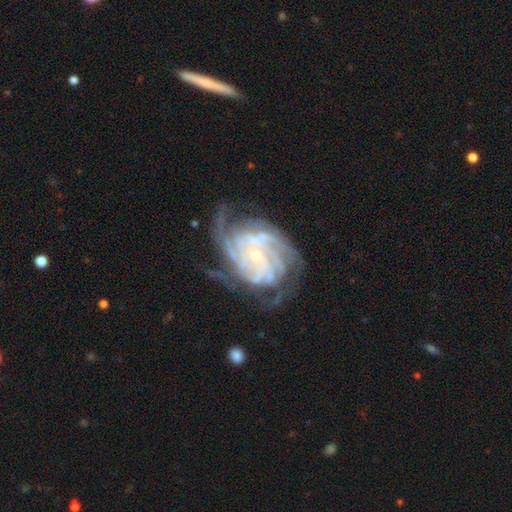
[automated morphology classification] This appears to be a featured or disk galaxy (90%) with no bar (62%), 4 (31%) tight (67%) spiral arms (98%) and a small central bulge (76%). Merging: none (63%).